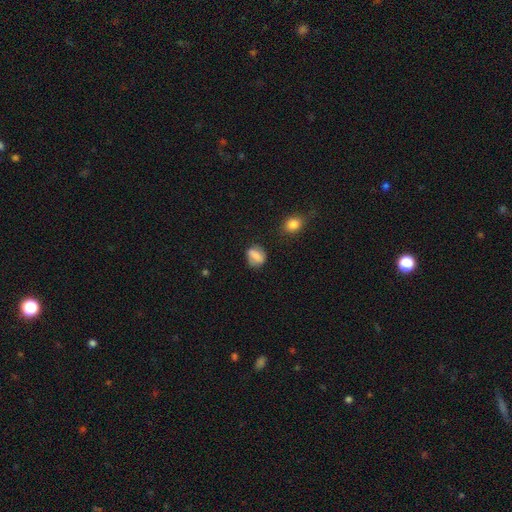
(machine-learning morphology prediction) Smooth or featured?
  - smooth: 73% *
  - featured or disk: 18%
  - star or artifact: 9%
How rounded?
  - in between: 55% *
  - round: 41%
  - cigar-shaped: 4%
Merging?
  - none: 68% *
  - minor disturbance: 21%
  - major disturbance: 7%
  - merger: 4%